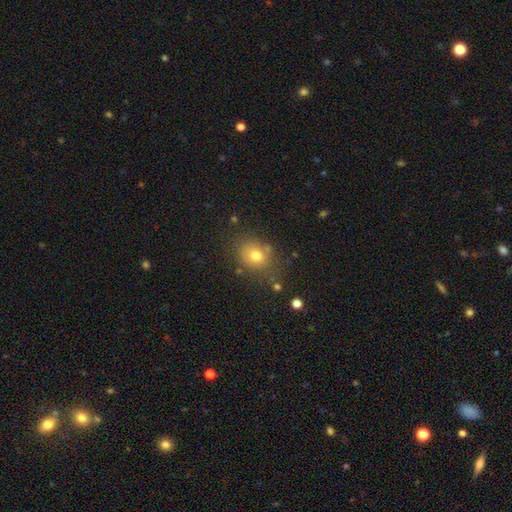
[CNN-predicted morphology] type=smooth (74%); roundness=round (62%); merging=none (73%).